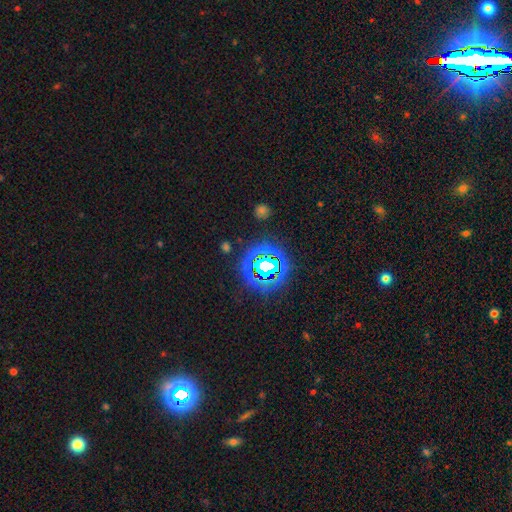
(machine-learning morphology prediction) This is likely a star or artifact rather than a galaxy (79%).